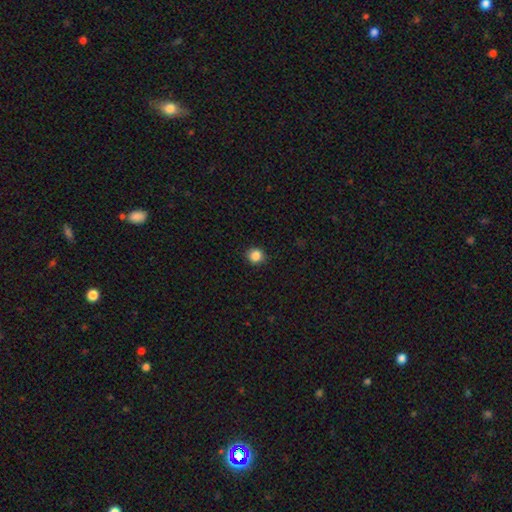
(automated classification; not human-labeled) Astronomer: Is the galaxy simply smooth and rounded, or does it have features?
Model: smooth — 86%.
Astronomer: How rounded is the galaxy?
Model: round — 91%.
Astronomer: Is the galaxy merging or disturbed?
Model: none — 90%.